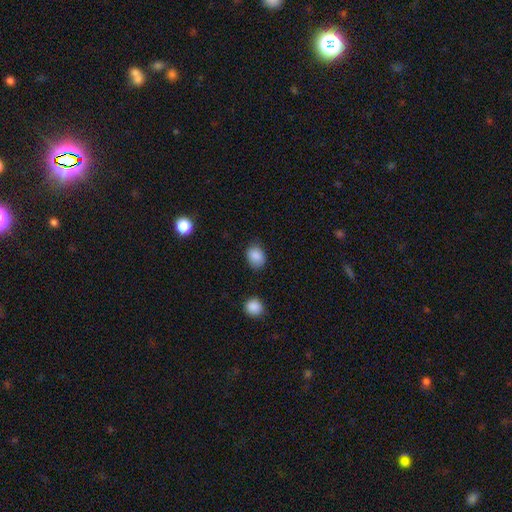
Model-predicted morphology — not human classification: Smooth or featured? Predicted: smooth (p=0.88). How rounded? Predicted: in between (p=0.59). Merging? Predicted: none (p=0.78).